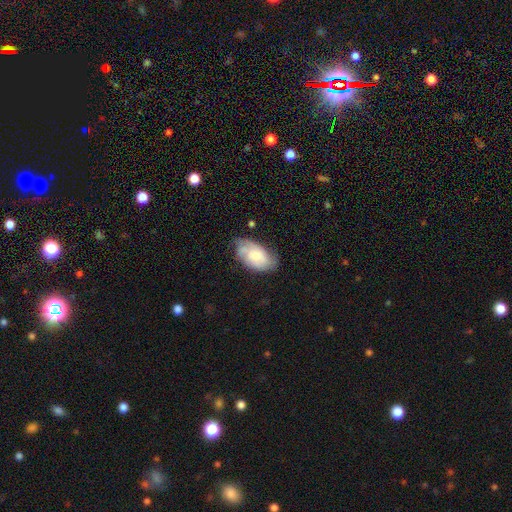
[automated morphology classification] This appears to be a smooth galaxy with no disk features (52%) that is in between round and cigar-shaped (93%). Merging: none (58%).